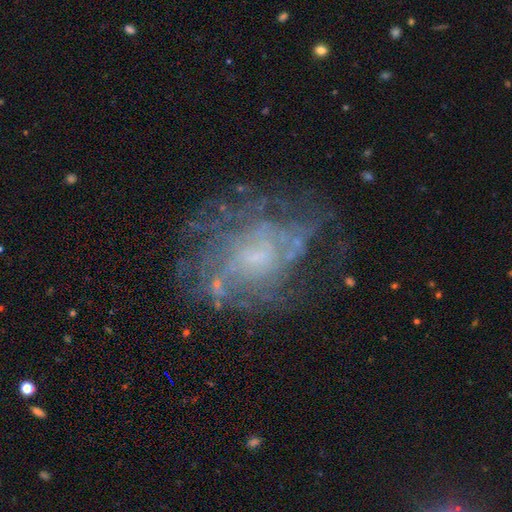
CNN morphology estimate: This appears to be a featured or disk galaxy (73%) with no bar (70%), spiral arms (63%) and a small central bulge (52%). Merging: none (61%).